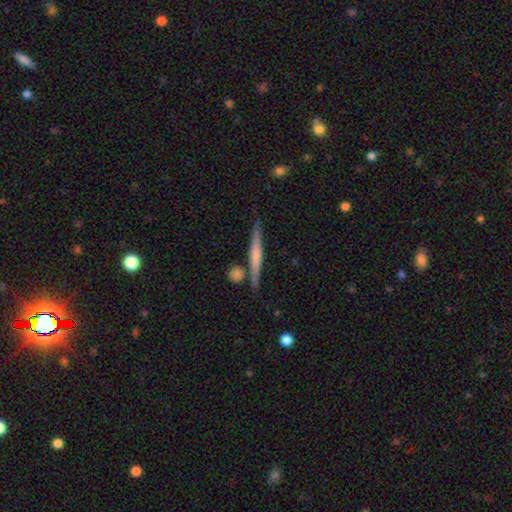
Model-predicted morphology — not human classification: A featured or disk galaxy (54%) viewed edge-on (97%) with no central bulge (45%).

Vote fractions:
- Smooth or featured? featured or disk: 54% / smooth: 40% / star or artifact: 6%
- Edge-on disk? yes: 97% / no: 3%
- Edge-on bulge? none: 45% / rounded: 39% / boxy: 16%
- Merging? none: 81% / minor disturbance: 9% / merger: 7% / major disturbance: 2%